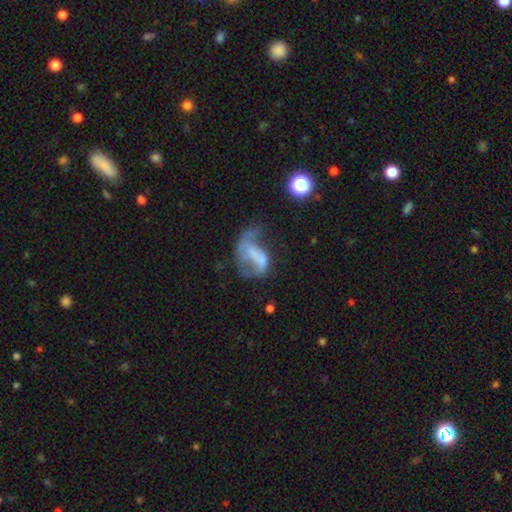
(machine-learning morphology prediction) This appears to be a featured or disk galaxy (56%) with no bar (60%), no spiral arms (59%) and no central bulge (68%). Merging: major disturbance (49%).